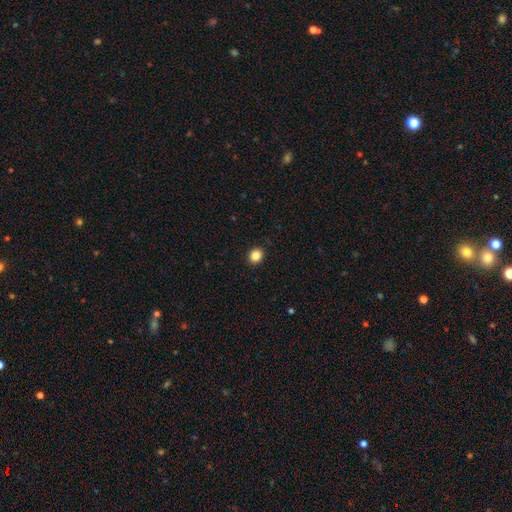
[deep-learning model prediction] The model was most divided on "how rounded": round: 68%, in between: 32%, cigar-shaped: 1%. More confident: merging — none (92%); smooth or featured — smooth (86%).